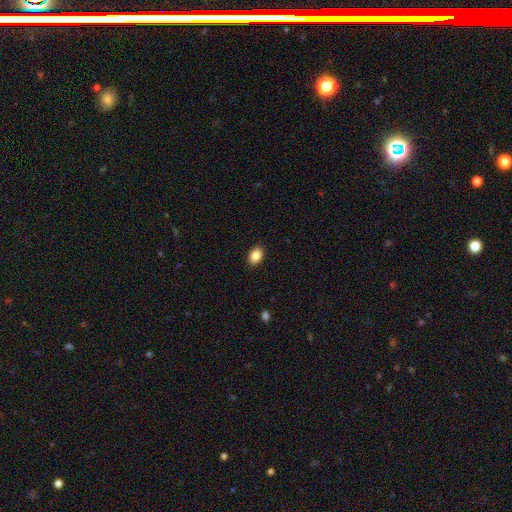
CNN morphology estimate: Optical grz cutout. It shows a smooth galaxy with no disk features (87%) that is in between round and cigar-shaped (82%). Merging: none (90%).